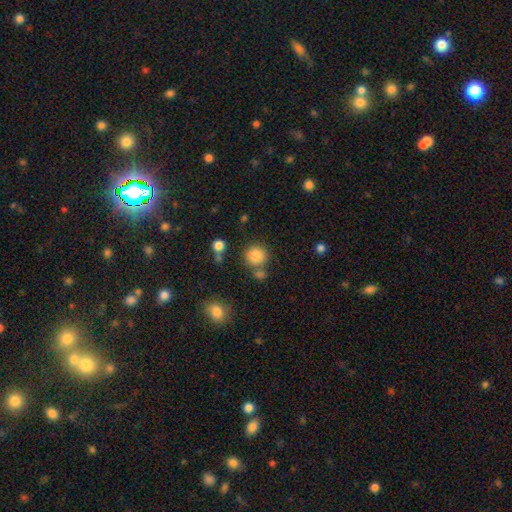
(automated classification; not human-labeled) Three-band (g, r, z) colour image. It shows a smooth galaxy with no disk features (84%) that is round (90%). Merging: none (71%).